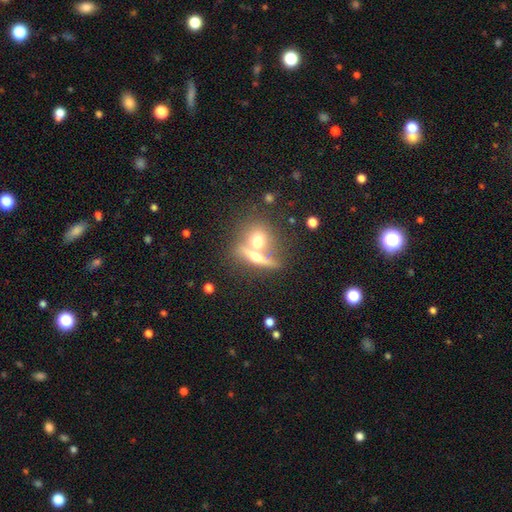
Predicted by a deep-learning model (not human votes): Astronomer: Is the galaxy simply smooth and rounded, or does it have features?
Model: featured or disk — 42% (runner-up: smooth, 39%).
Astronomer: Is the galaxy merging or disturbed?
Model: merger — 47% (runner-up: none, 41%).